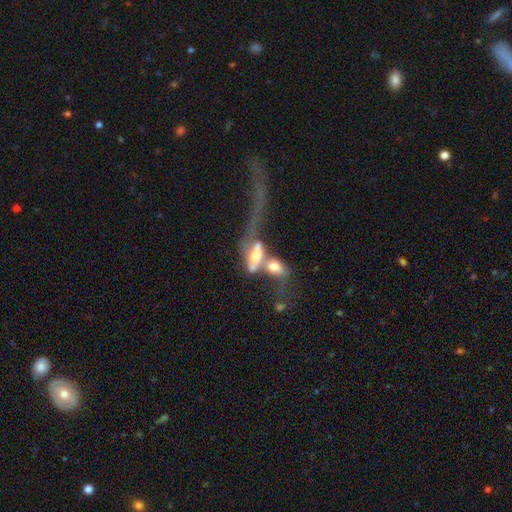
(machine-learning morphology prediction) Smooth or featured: featured or disk — 47% (smooth — 41%)
Merging: merger — 68% (major disturbance — 20%)